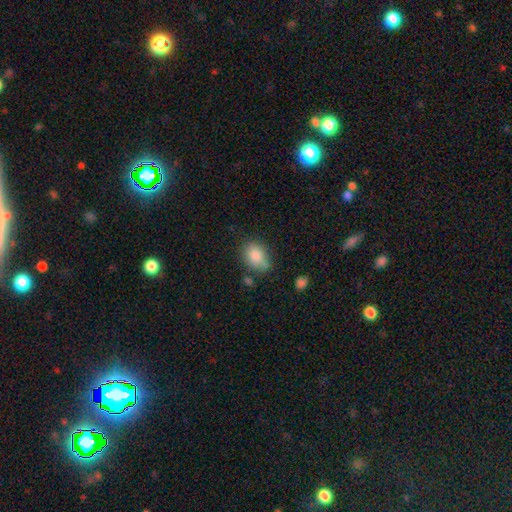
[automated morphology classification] Smooth or featured? smooth (84%)
How rounded? in between (65%)
Merging? none (65%)